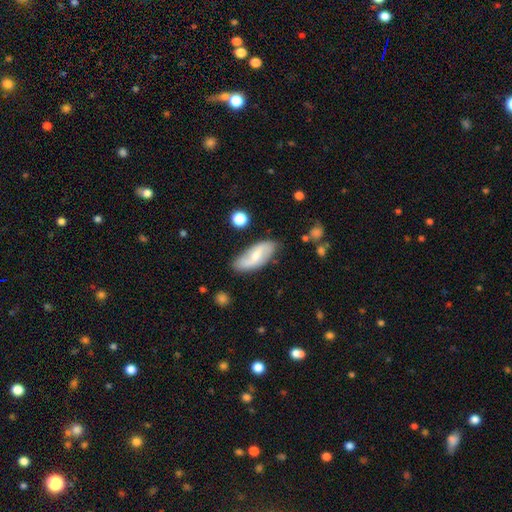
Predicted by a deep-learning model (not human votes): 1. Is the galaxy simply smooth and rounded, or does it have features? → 55% featured or disk, 39% smooth, 6% star or artifact.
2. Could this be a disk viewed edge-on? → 90% no, 10% yes.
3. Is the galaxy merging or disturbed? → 76% none, 18% minor disturbance, 4% major disturbance, 3% merger.